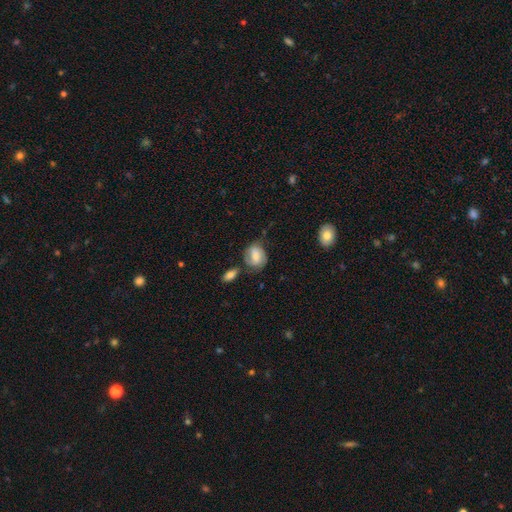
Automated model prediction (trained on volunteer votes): A smooth galaxy with no disk features (51%) that is in between round and cigar-shaped (51%). Merging: none (53%).